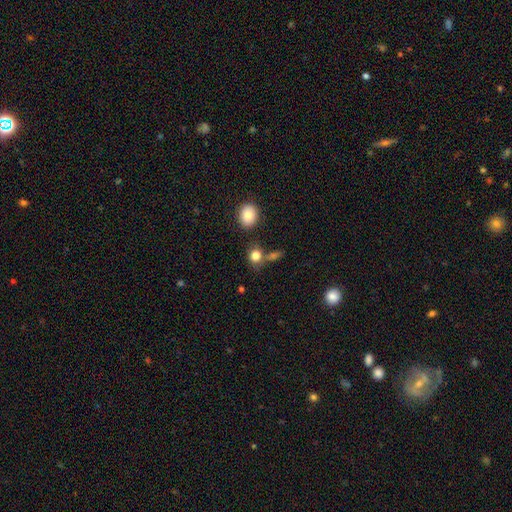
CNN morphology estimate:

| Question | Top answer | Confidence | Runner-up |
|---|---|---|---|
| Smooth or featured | smooth | 83% | star or artifact (11%) |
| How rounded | round | 67% | in between (31%) |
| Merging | none | 64% | merger (18%) |